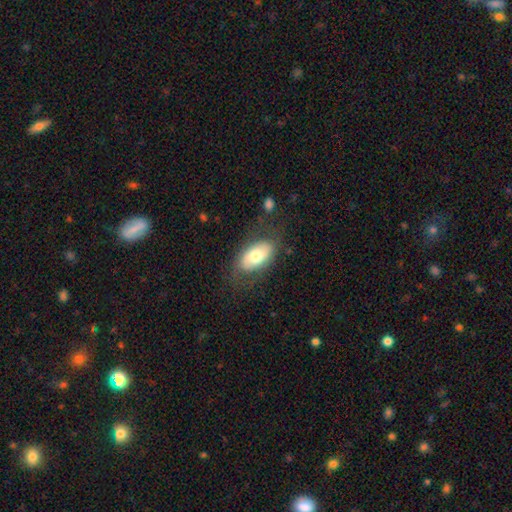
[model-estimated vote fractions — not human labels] smooth_or_featured: smooth (p=0.61) [alt: featured or disk p=0.33]
how_rounded: in between (p=0.93) [alt: round p=0.05]
merging: none (p=0.73) [alt: minor disturbance p=0.17]